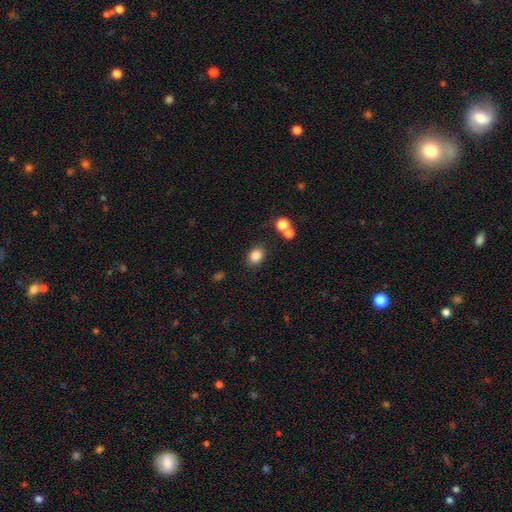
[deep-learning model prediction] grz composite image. It shows a smooth galaxy with no disk features (84%) that is in between round and cigar-shaped (54%). Merging: none (82%).